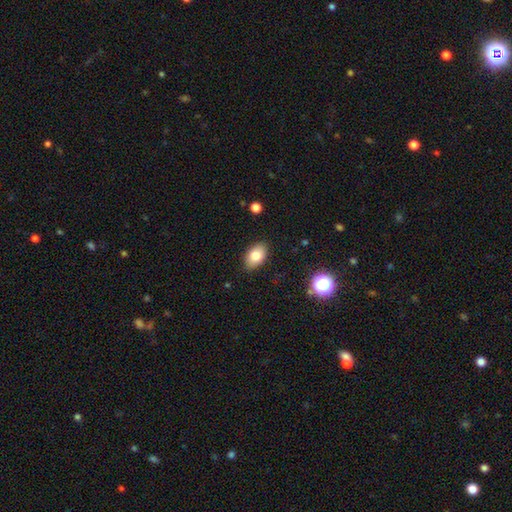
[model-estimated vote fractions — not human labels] This appears to be a smooth galaxy with no disk features (81%) that is in between round and cigar-shaped (89%). Merging: none (86%).